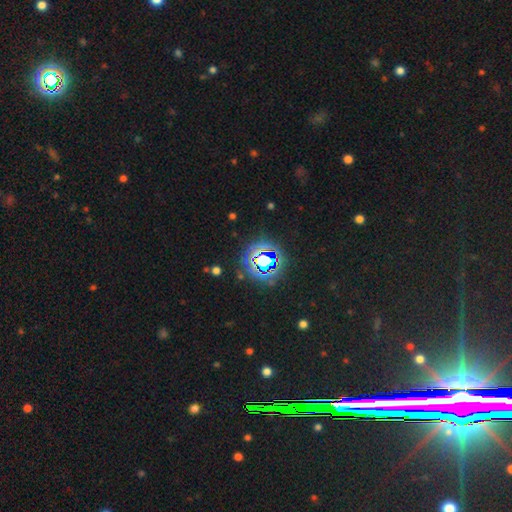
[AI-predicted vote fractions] A star or artifact, not a galaxy (76%).